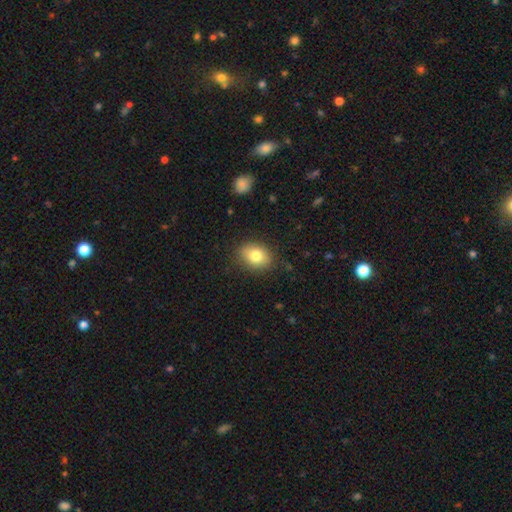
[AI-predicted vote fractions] Morphology: type=smooth (80%); roundness=in between (64%); merging=none (84%).